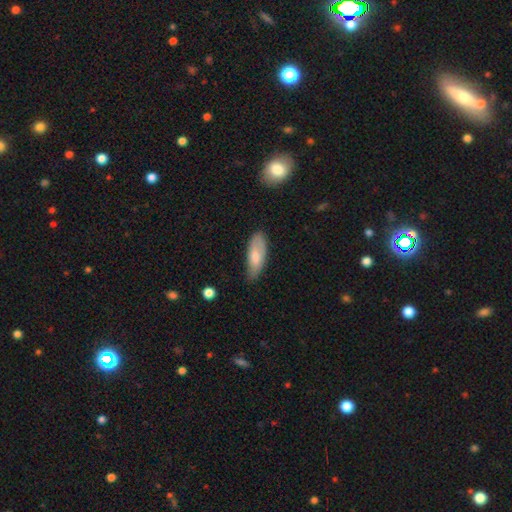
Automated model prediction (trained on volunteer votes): This is likely a smooth galaxy (71%). How rounded: likely in between (75%). Merging: likely none (71%).